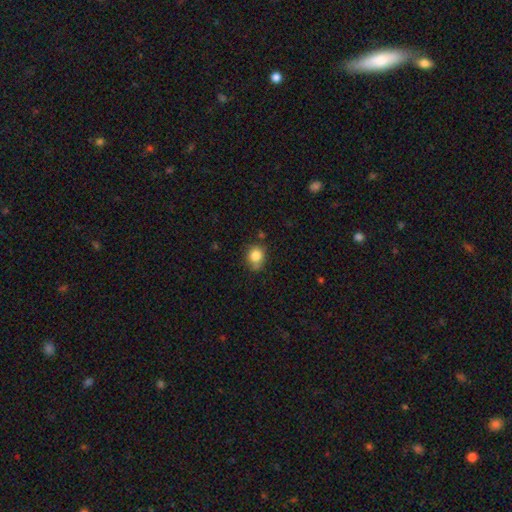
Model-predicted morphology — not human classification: Overall: smooth (83%). How rounded: round (76%). Merging: none (69%).